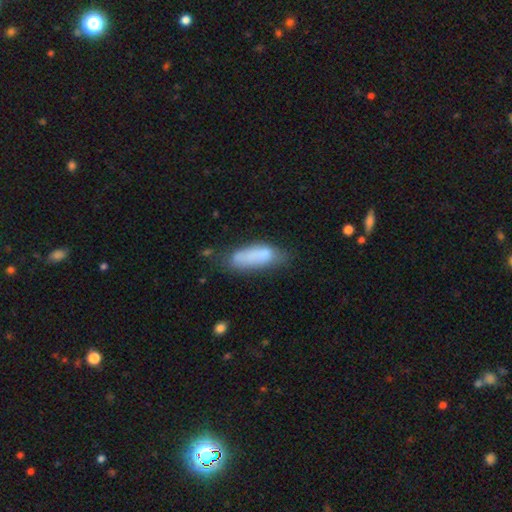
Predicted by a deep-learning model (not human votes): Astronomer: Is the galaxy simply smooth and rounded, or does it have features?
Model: smooth — 75%.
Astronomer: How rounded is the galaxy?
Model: in between — 62%.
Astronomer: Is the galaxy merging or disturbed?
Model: none — 48% (runner-up: minor disturbance, 30%).